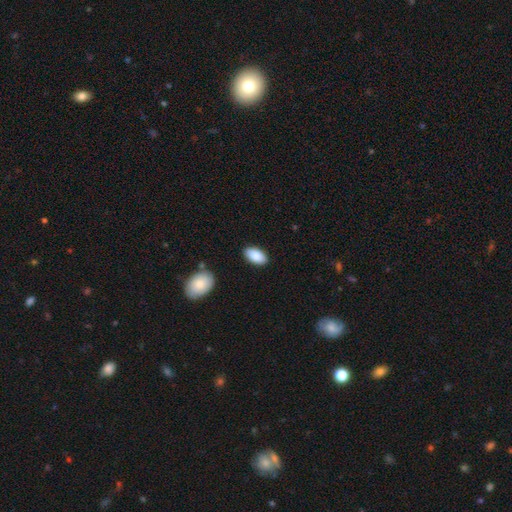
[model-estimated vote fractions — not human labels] This is clearly a smooth galaxy (88%). How rounded: clearly in between (95%). Merging: clearly none (87%).